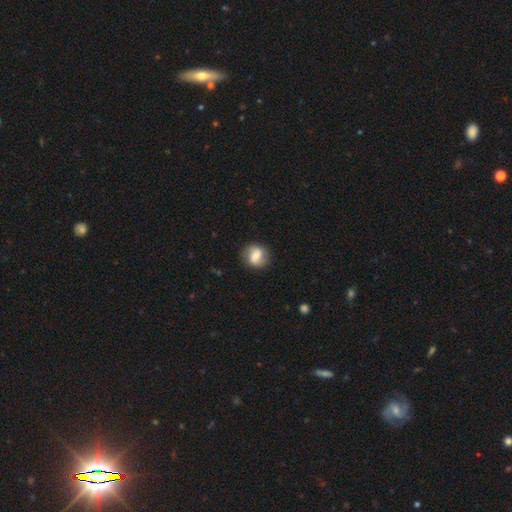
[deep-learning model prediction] smooth_or_featured: smooth (p=0.54) [alt: featured or disk p=0.38]
how_rounded: round (p=0.74) [alt: in between p=0.24]
merging: none (p=0.85) [alt: minor disturbance p=0.11]